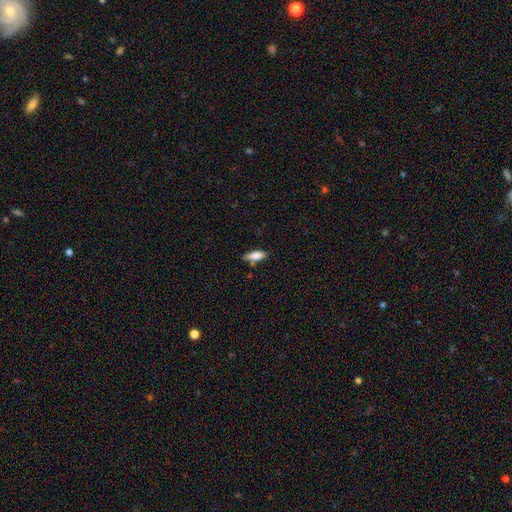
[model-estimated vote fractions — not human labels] Smooth or featured? smooth (73%)
How rounded? in between (70%)
Merging? none (74%)